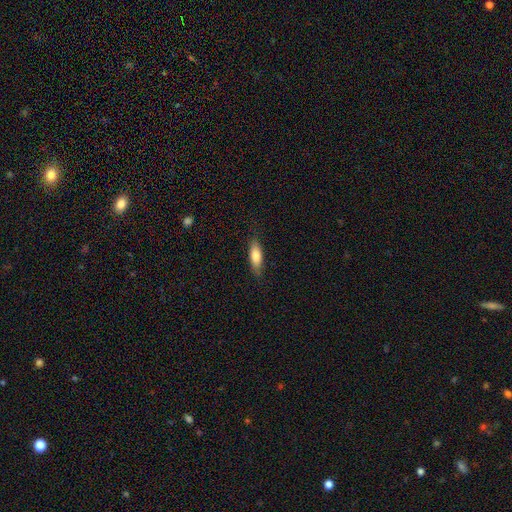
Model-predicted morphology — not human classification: Smooth or featured? Predicted: smooth (p=0.78). How rounded? Predicted: in between (p=0.58). Merging? Predicted: none (p=0.81).